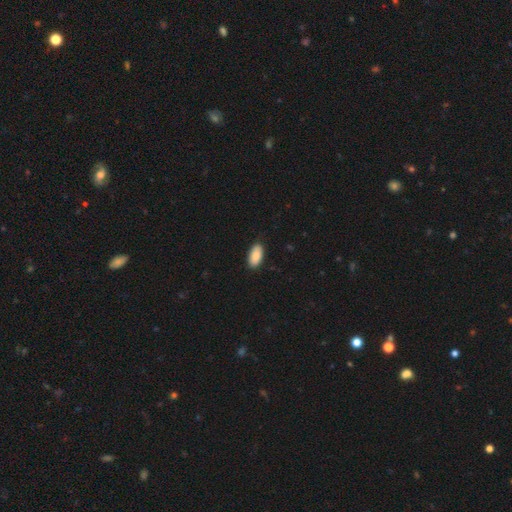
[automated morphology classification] This appears to be a smooth galaxy with no disk features (89%) that is in between round and cigar-shaped (94%). Merging: none (88%).